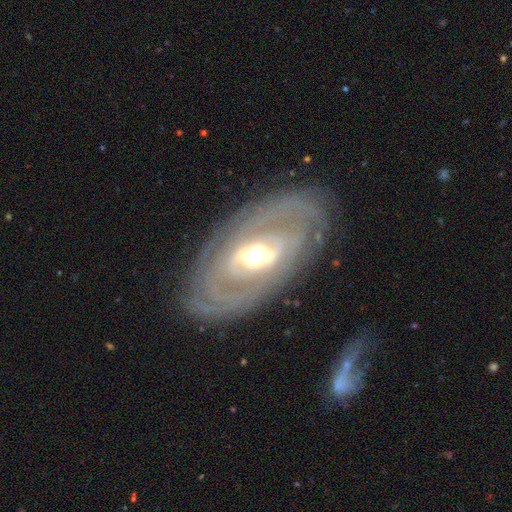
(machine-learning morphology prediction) Smooth or featured? featured or disk (84%)
Edge-on disk? no (90%)
Bar? strong (38%)
Spiral arms? yes (78%)
Spiral winding? tight (73%)
Spiral arm count? can't tell (44%)
Bulge size? moderate (70%)
Merging? none (82%)